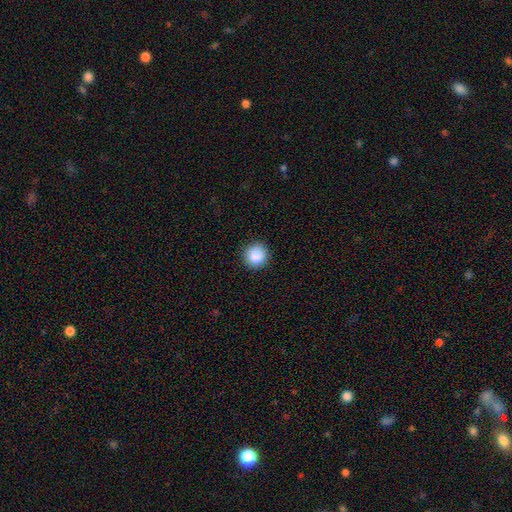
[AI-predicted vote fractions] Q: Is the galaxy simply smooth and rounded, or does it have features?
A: smooth — 88%.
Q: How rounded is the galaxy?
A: round — 93%.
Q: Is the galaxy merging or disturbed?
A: none — 89%.